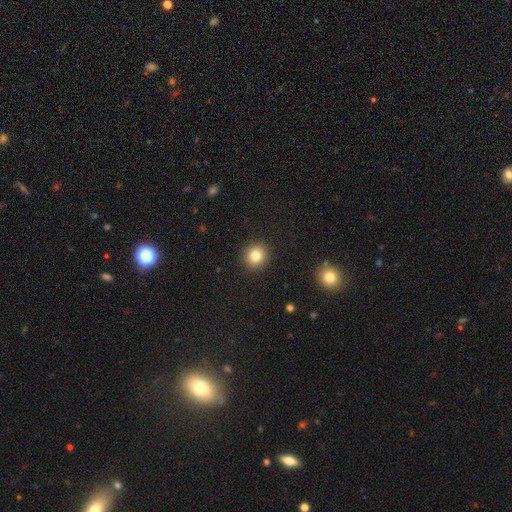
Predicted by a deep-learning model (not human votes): smooth-or-featured: smooth: 82% | star or artifact: 11% | featured or disk: 7%
  how-rounded: round: 90% | in between: 9% | cigar-shaped: 1%
  merging: none: 92% | minor disturbance: 5% | major disturbance: 2% | merger: 1%